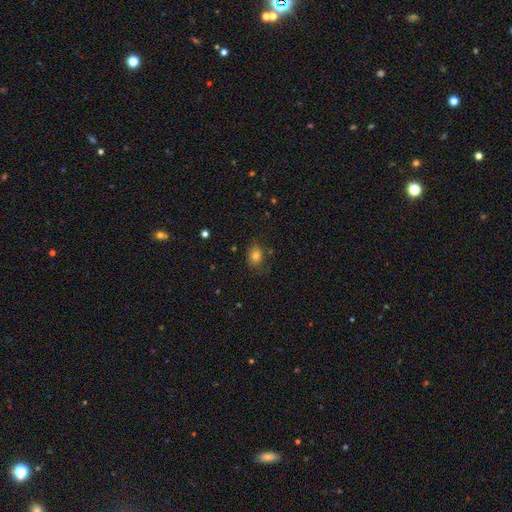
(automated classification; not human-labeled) Overall: smooth (78%). How rounded: in between (52%; round 47%). Merging: none (74%).